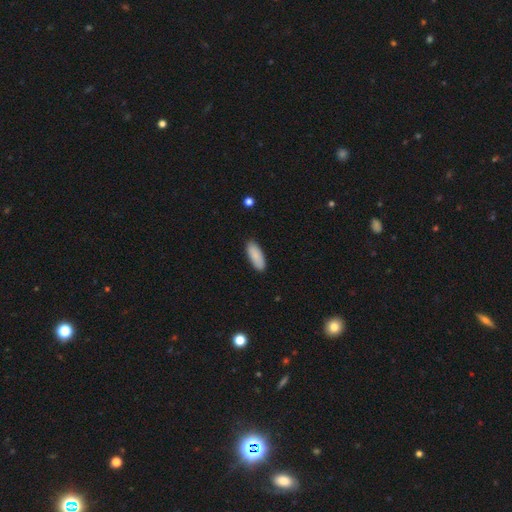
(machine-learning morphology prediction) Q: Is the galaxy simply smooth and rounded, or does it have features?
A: smooth — 88%.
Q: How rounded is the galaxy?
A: in between — 74%.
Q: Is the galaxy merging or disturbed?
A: none — 87%.